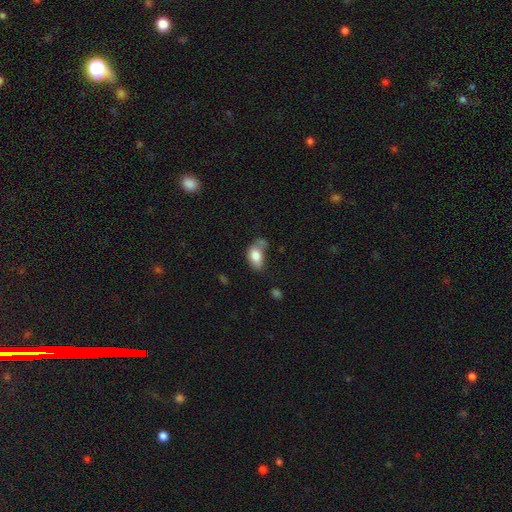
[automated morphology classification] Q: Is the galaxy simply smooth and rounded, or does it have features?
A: smooth — 79%.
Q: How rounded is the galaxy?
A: in between — 88%.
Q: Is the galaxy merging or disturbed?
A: none — 31%.